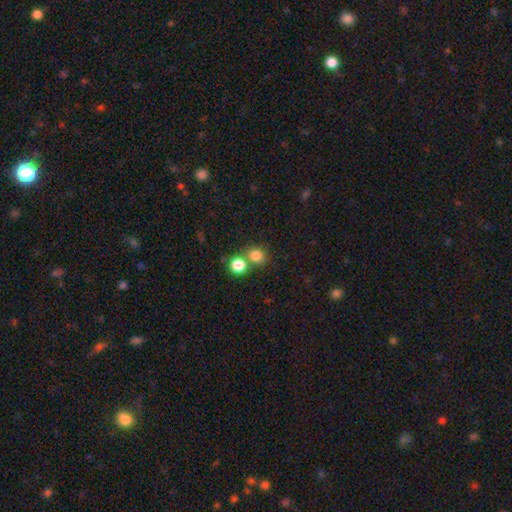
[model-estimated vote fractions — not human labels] Smooth or featured? Predicted: smooth (p=0.80). How rounded? Predicted: round (p=0.82). Merging? Predicted: none (p=0.62).